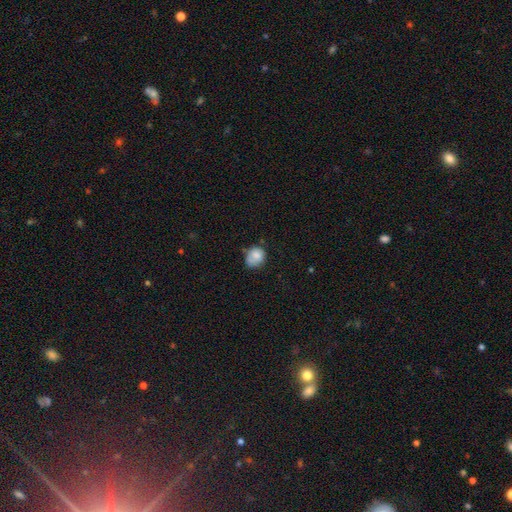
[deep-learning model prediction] Overall: smooth (79%). How rounded: round (60%; in between 39%). Merging: none (48%; minor disturbance 33%).